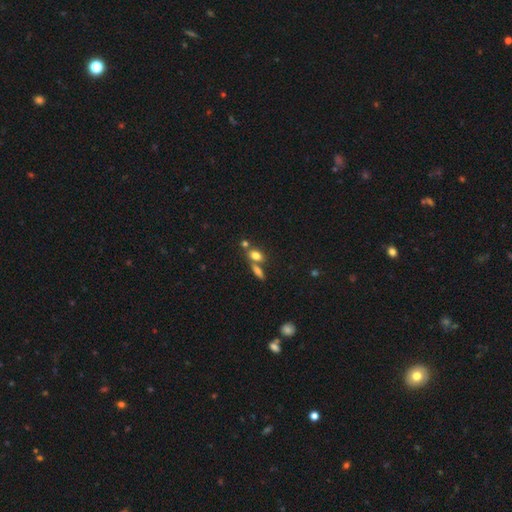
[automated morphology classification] smooth_or_featured: smooth (p=0.74) [alt: featured or disk p=0.14]
how_rounded: in between (p=0.70) [alt: round p=0.18]
merging: none (p=0.49) [alt: merger p=0.36]